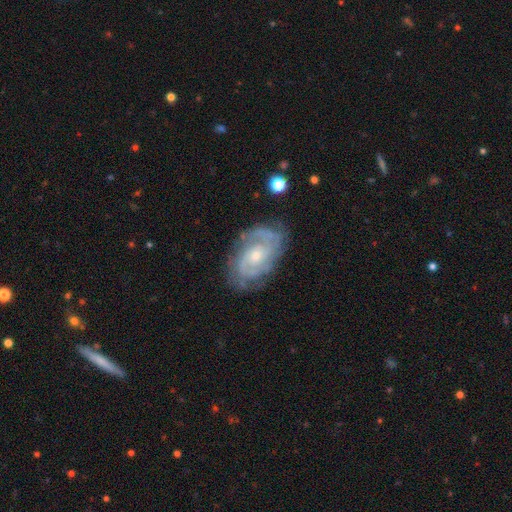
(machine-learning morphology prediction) Smooth or featured?
  - featured or disk: 86% *
  - smooth: 8%
  - star or artifact: 6%
Edge-on disk?
  - no: 96% *
  - yes: 4%
Bar?
  - no: 68% *
  - weak: 27%
  - strong: 5%
Spiral arms?
  - yes: 96% *
  - no: 4%
Spiral winding?
  - tight: 62% *
  - medium: 32%
  - loose: 7%
Spiral arm count?
  - 2: 53% *
  - can't tell: 20%
  - 3: 15%
  - 4: 5%
  - 1: 4%
  - more than 4: 3%
Bulge size?
  - small: 61% *
  - moderate: 35%
  - none: 2%
  - large: 2%
  - dominant: 1%
Merging?
  - none: 76% *
  - minor disturbance: 17%
  - major disturbance: 6%
  - merger: 1%